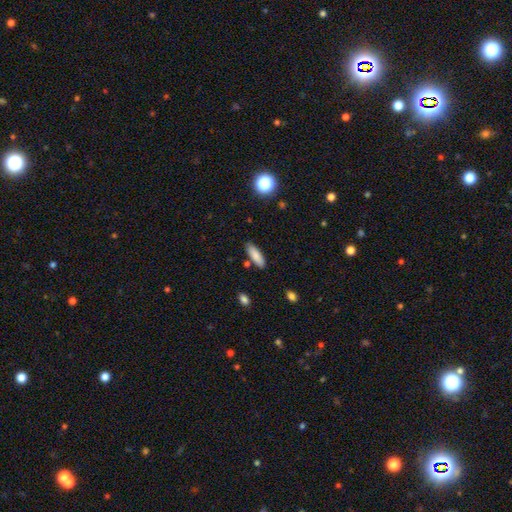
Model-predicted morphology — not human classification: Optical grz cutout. It shows a smooth galaxy with no disk features (85%) that is in between round and cigar-shaped (49%, tied with cigar-shaped). Merging: none (85%).